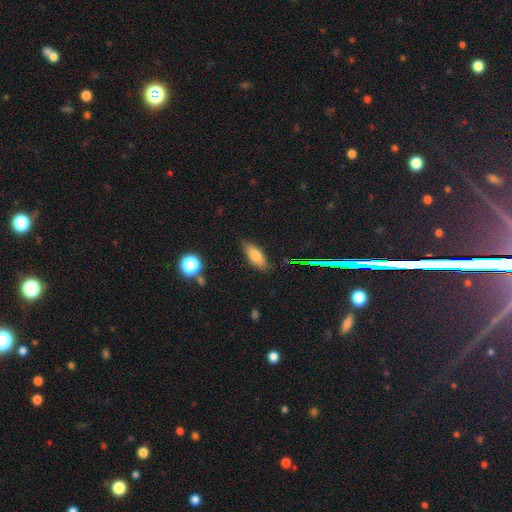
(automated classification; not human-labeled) smooth 75%, featured or disk 14%, star or artifact 10%. Down the decision tree: how rounded — in between (73%); merging — none (82%).